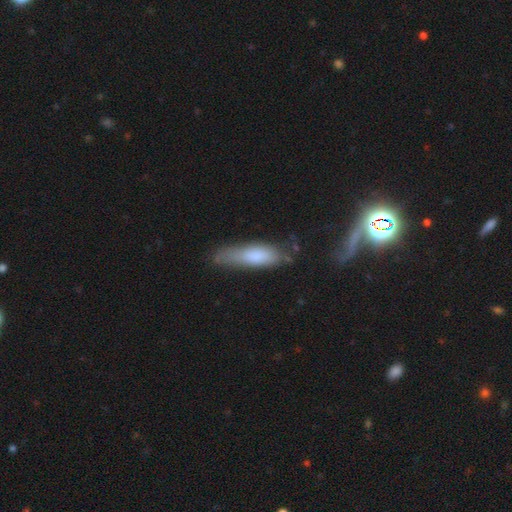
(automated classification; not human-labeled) This appears to be a smooth galaxy with no disk features (75%) that is cigar-shaped (58%). Merging: none (55%).